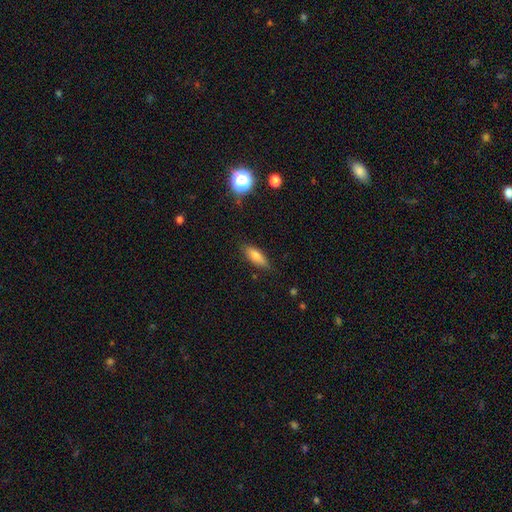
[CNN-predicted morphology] Smooth or featured? Predicted: smooth (p=0.74). How rounded? Predicted: in between (p=0.68). Merging? Predicted: none (p=0.80).